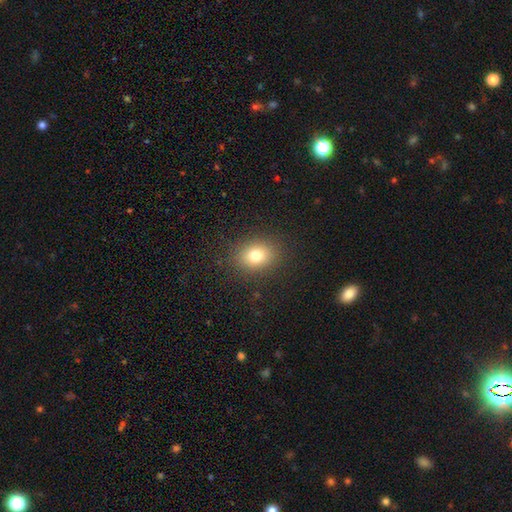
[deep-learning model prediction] Smooth or featured: smooth — 79% (star or artifact — 12%)
How rounded: round — 50% (in between — 49%)
Merging: none — 88% (minor disturbance — 8%)